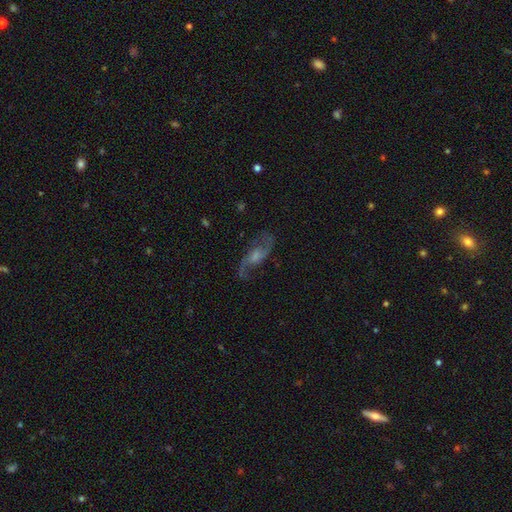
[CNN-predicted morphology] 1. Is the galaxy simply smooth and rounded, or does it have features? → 84% featured or disk, 8% smooth, 8% star or artifact.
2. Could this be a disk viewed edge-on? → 93% no, 7% yes.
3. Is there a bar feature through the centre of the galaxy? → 50% no, 40% weak, 10% strong.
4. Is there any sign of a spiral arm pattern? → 96% yes, 4% no.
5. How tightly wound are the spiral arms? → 61% loose, 33% medium, 7% tight.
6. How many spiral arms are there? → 92% 2, 3% can't tell, 2% 1, 1% 3, 1% 4, 1% more than 4.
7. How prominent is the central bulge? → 40% moderate, 35% small, 14% none, 10% large, 2% dominant.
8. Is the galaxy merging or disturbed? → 77% none, 14% minor disturbance, 8% major disturbance, 2% merger.